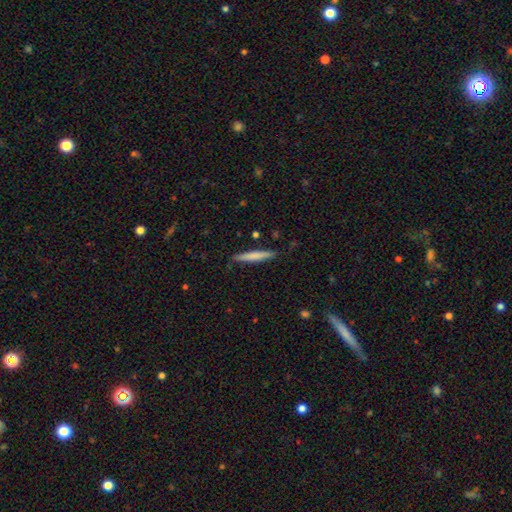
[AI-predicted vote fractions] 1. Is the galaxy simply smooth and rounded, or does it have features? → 70% smooth, 24% featured or disk, 5% star or artifact.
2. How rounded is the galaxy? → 94% cigar-shaped, 5% in between, 1% round.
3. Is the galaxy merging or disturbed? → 85% none, 11% minor disturbance, 2% major disturbance, 2% merger.